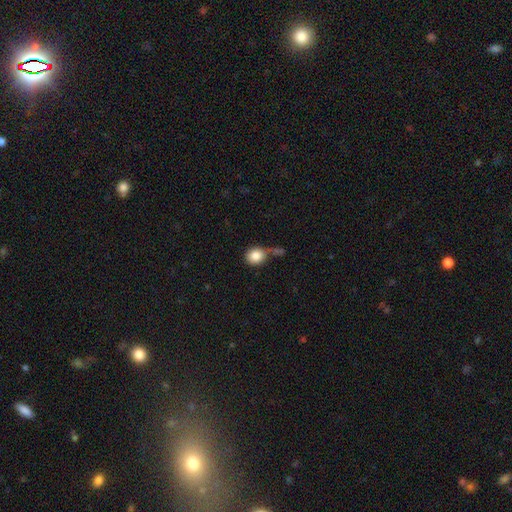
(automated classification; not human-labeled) Smooth or featured: smooth — 85% (star or artifact — 8%)
How rounded: round — 72% (in between — 27%)
Merging: none — 47% (merger — 22%)